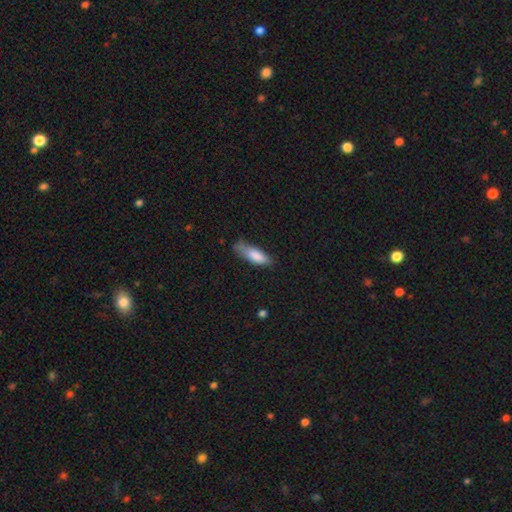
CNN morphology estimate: type=smooth (82%); roundness=in between (58%); merging=none (51%).